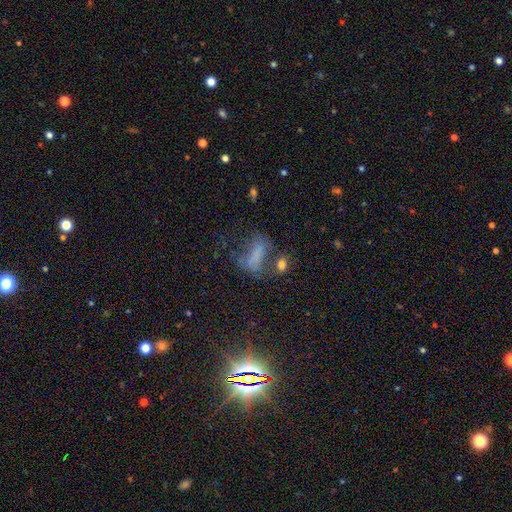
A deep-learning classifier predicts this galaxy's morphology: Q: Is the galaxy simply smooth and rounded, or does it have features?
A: smooth — 49%.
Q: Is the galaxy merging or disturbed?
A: major disturbance — 35%.